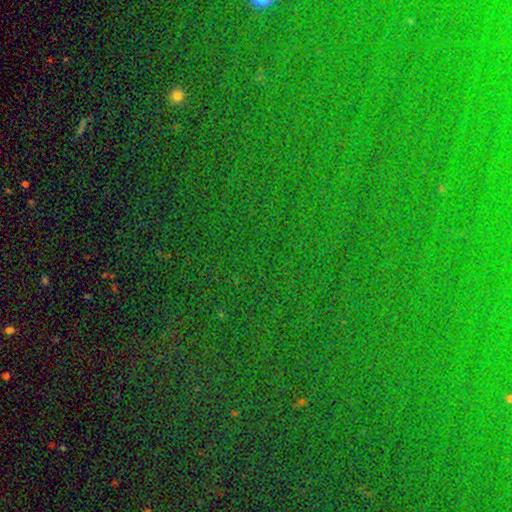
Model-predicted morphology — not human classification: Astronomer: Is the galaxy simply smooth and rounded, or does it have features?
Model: star or artifact — 81%.